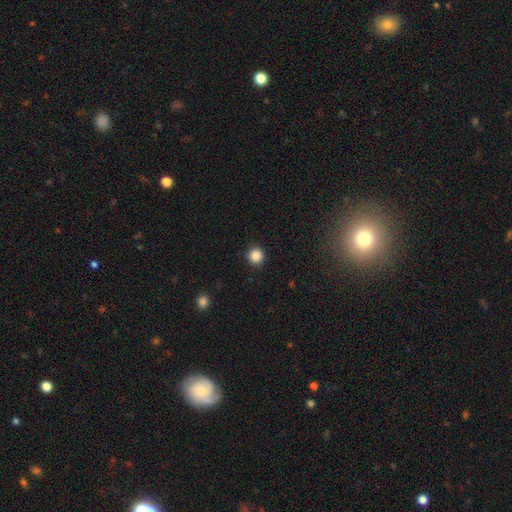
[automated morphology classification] Smooth or featured?
  - smooth: 86% *
  - star or artifact: 11%
  - featured or disk: 3%
How rounded?
  - round: 94% *
  - in between: 5%
  - cigar-shaped: 1%
Merging?
  - none: 90% *
  - minor disturbance: 7%
  - major disturbance: 2%
  - merger: 1%